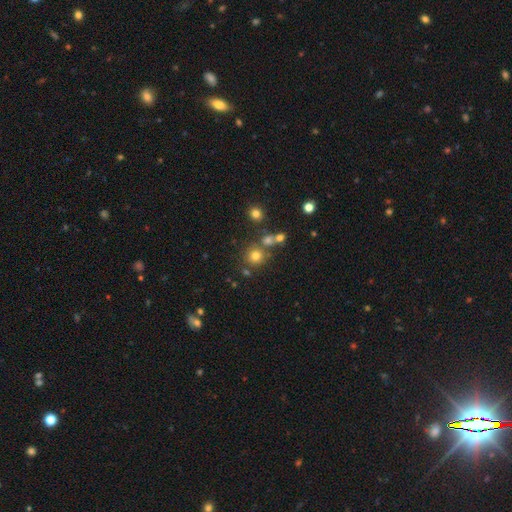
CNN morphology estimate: A smooth galaxy with no disk features (73%) that is round (89%). Merging: none (71%).